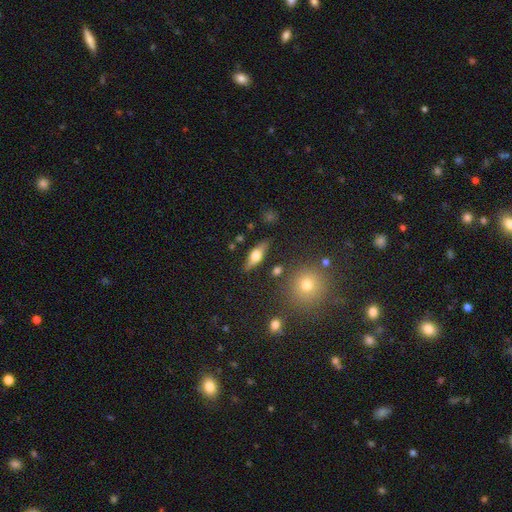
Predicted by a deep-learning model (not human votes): Smooth or featured: featured or disk — 50% (smooth — 43%)
Merging: none — 83% (minor disturbance — 10%)